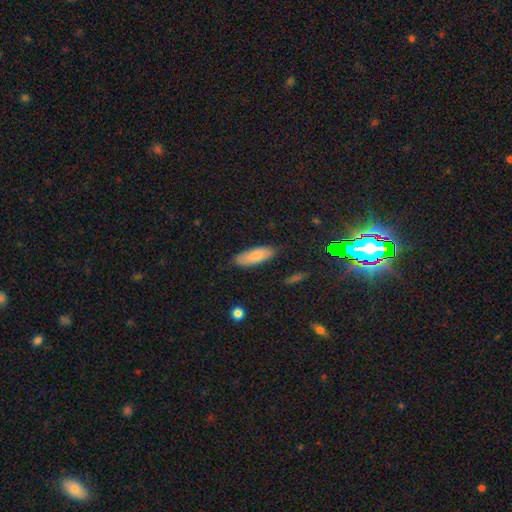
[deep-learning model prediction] smooth_or_featured: smooth (p=0.80) [alt: featured or disk p=0.14]
how_rounded: in between (p=0.67) [alt: cigar-shaped p=0.31]
merging: none (p=0.79) [alt: minor disturbance p=0.16]